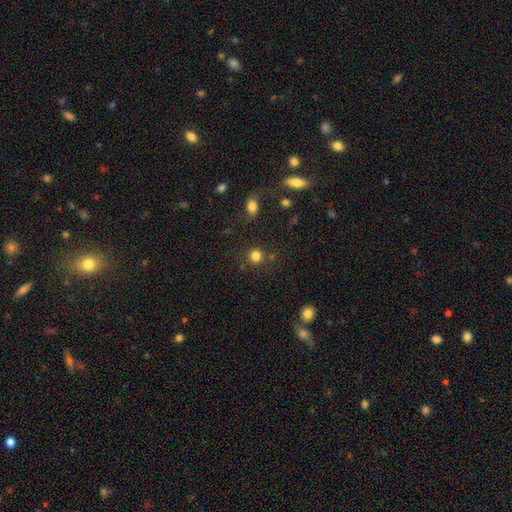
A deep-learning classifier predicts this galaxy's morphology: smooth_or_featured: smooth (p=0.82) [alt: star or artifact p=0.13]
how_rounded: round (p=0.90) [alt: in between p=0.09]
merging: none (p=0.82) [alt: minor disturbance p=0.09]